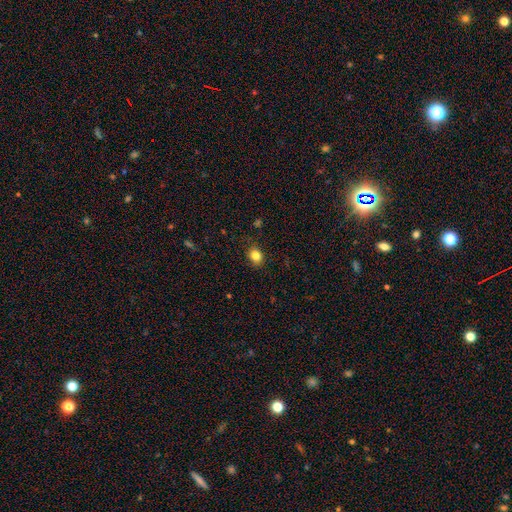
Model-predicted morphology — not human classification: A smooth galaxy with no disk features (83%) that is round (56%).

Vote fractions:
- Smooth or featured? smooth: 83% / star or artifact: 11% / featured or disk: 6%
- How rounded? round: 56% / in between: 43% / cigar-shaped: 1%
- Merging? none: 86% / minor disturbance: 11% / major disturbance: 3% / merger: 1%